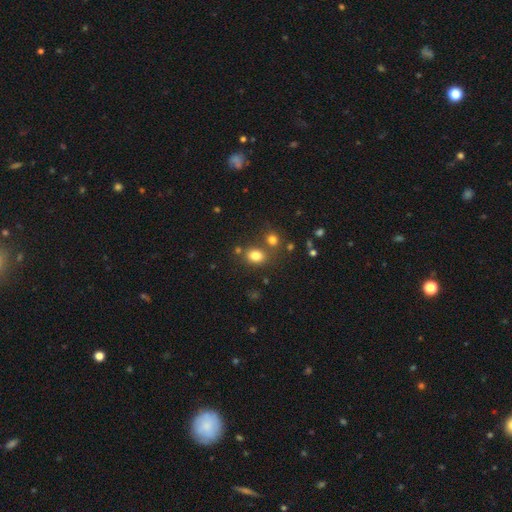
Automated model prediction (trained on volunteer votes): This is likely a smooth galaxy (80%). How rounded: possibly in between (57%). Merging: likely none (65%).